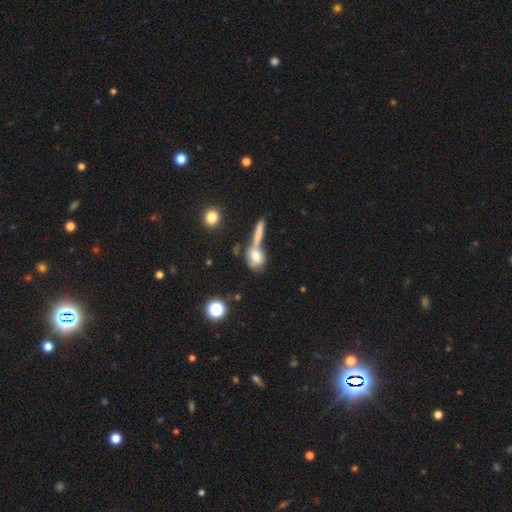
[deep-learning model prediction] Smooth or featured: smooth — 67% (featured or disk — 22%)
How rounded: round — 44% (in between — 43%)
Merging: merger — 42% (none — 37%)